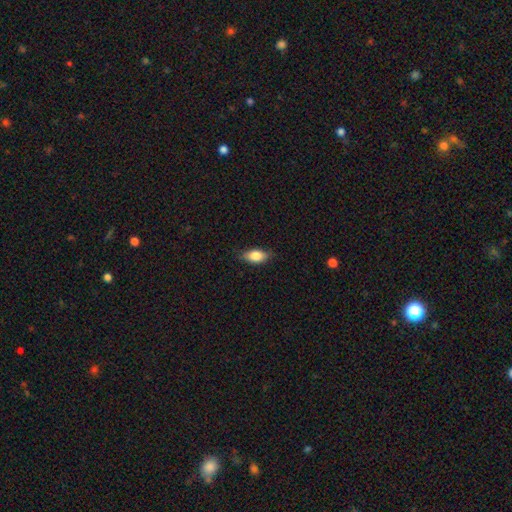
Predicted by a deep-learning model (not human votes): This appears to be a smooth galaxy with no disk features (82%) that is in between round and cigar-shaped (87%). Merging: none (81%).